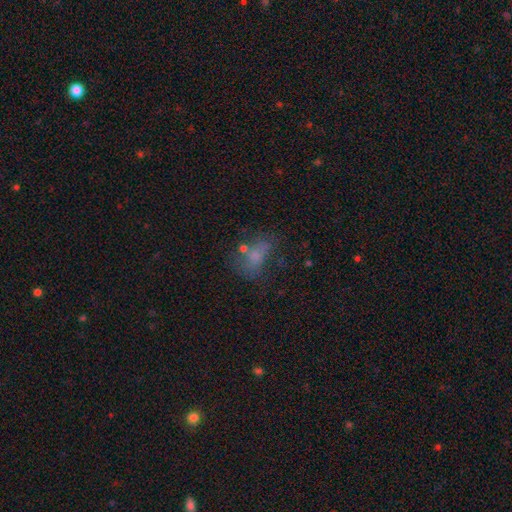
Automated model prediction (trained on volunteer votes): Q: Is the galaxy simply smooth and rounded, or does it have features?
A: smooth — 53%.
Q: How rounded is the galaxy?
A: in between — 76%.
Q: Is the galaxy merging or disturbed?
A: none — 39%.